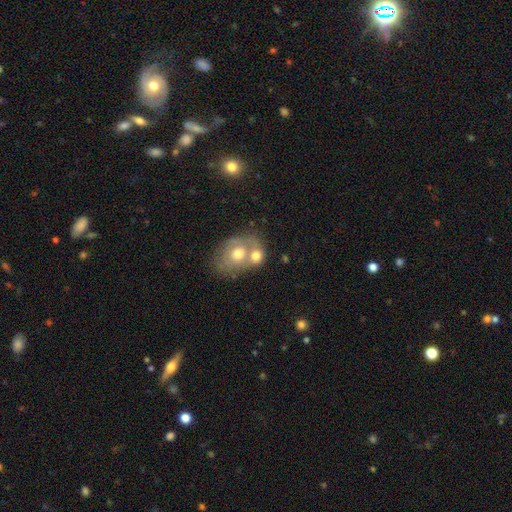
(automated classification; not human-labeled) Smooth or featured? Predicted: smooth (p=0.59). How rounded? Predicted: in between (p=0.51). Merging? Predicted: merger (p=0.62).